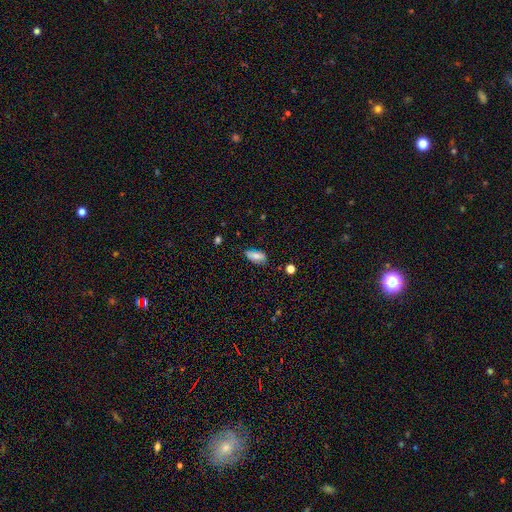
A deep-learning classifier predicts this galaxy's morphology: Overall: smooth (76%). How rounded: in between (86%). Merging: none (77%).